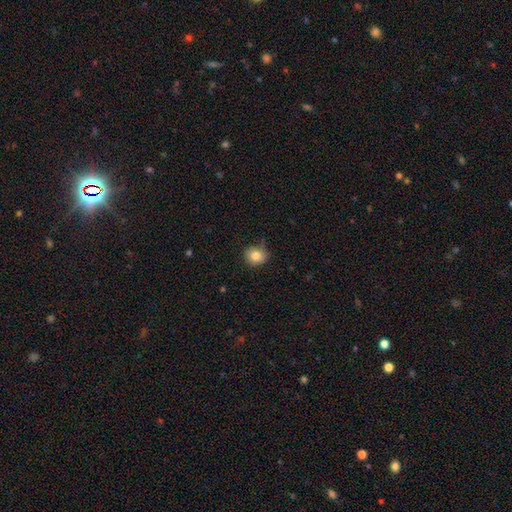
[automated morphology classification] type=smooth (82%); roundness=round (75%); merging=none (76%).